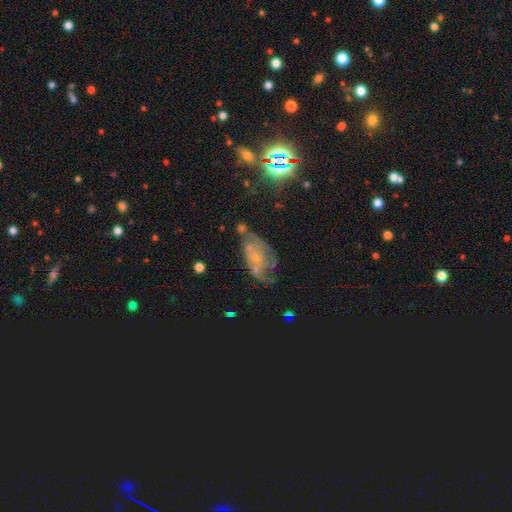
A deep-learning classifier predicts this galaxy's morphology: smooth-or-featured: featured or disk: 60% | smooth: 23% | star or artifact: 16%
  disk-edge-on: no: 95% | yes: 5%
    bar: no: 78% | weak: 18% | strong: 4%
    has-spiral-arms: yes: 60% | no: 40%
    bulge-size: small: 68% | moderate: 15% | none: 14% | large: 2% | dominant: 1%
  merging: none: 37% | minor disturbance: 26% | major disturbance: 24% | merger: 13%